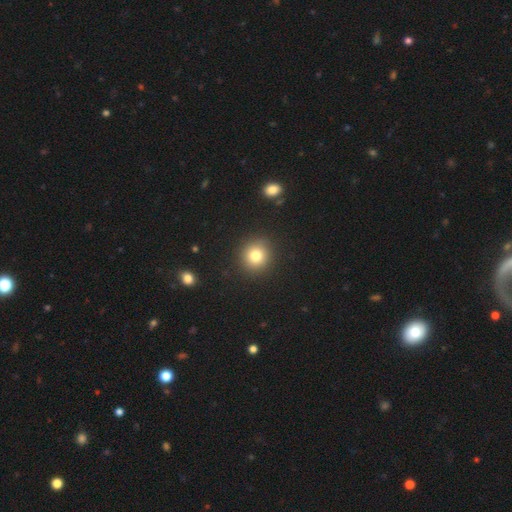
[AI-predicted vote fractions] This appears to be a smooth galaxy with no disk features (80%) that is round (90%). Merging: none (90%).